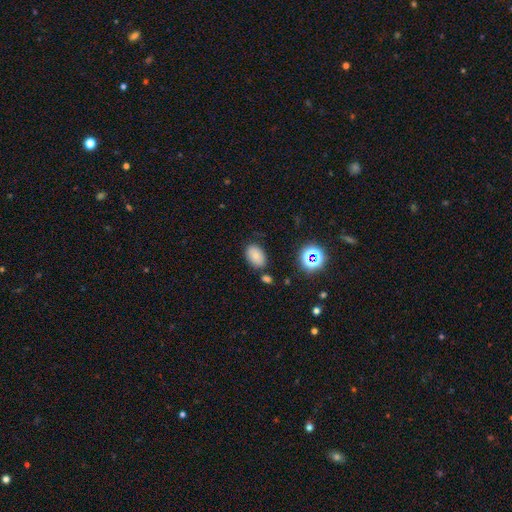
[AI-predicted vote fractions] A smooth galaxy with no disk features (77%) that is in between round and cigar-shaped (89%).

Vote fractions:
- Smooth or featured? smooth: 77% / star or artifact: 14% / featured or disk: 9%
- How rounded? in between: 89% / round: 10% / cigar-shaped: 1%
- Merging? none: 79% / minor disturbance: 13% / merger: 5% / major disturbance: 3%